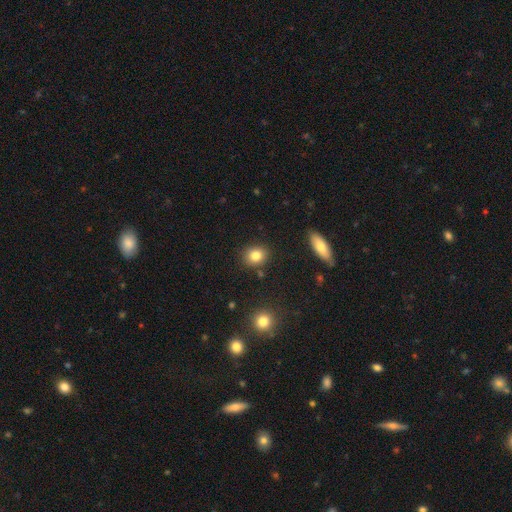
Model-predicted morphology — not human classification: Smooth or featured: smooth — 82% (star or artifact — 10%)
How rounded: round — 65% (in between — 34%)
Merging: none — 86% (minor disturbance — 9%)